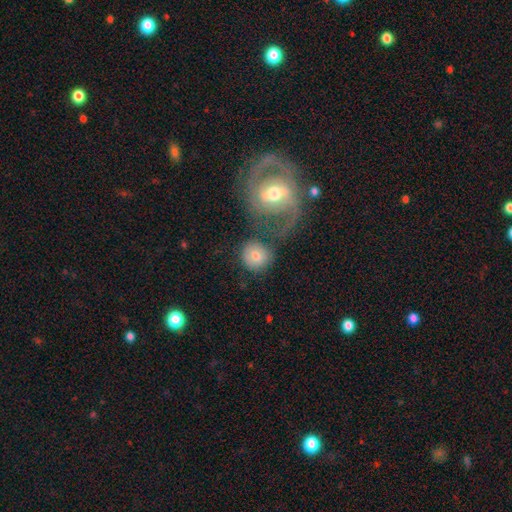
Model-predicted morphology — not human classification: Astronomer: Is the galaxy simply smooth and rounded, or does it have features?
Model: smooth — 68%.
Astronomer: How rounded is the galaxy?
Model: round — 87%.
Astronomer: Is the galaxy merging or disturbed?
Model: none — 61%.